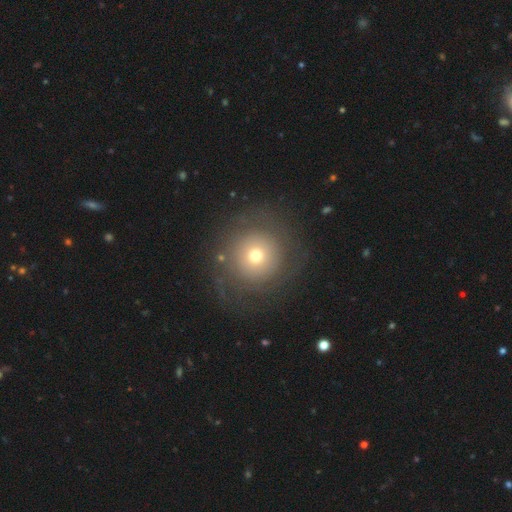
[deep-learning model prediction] Morphology: type=smooth (55%); roundness=round (93%); merging=none (77%).